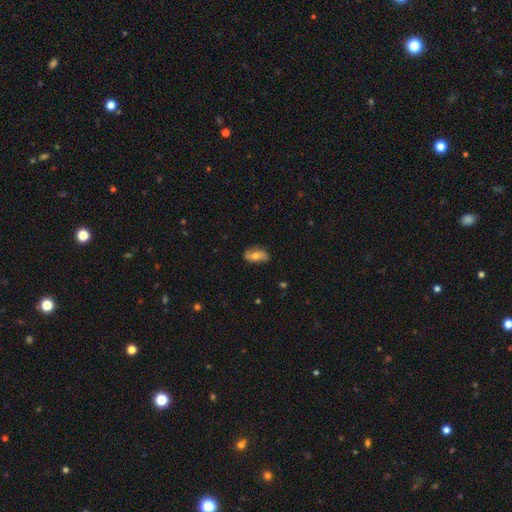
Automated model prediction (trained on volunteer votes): A smooth galaxy with no disk features (48%). Merging: none (78%).